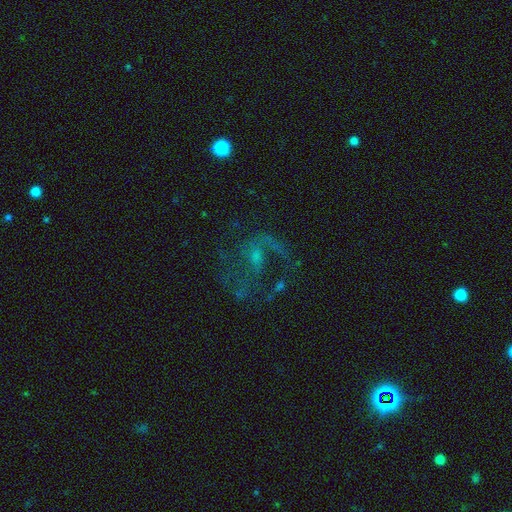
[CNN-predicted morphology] Smooth or featured: featured or disk — 72% (star or artifact — 16%)
Edge-on disk: no — 98% (yes — 2%)
Bar: no — 52% (weak — 39%)
Spiral arms: yes — 80% (no — 20%)
Spiral winding: loose — 49% (medium — 39%)
Spiral arm count: 2 — 49% (1 — 25%)
Bulge size: small — 45% (none — 28%)
Merging: none — 49% (major disturbance — 31%)